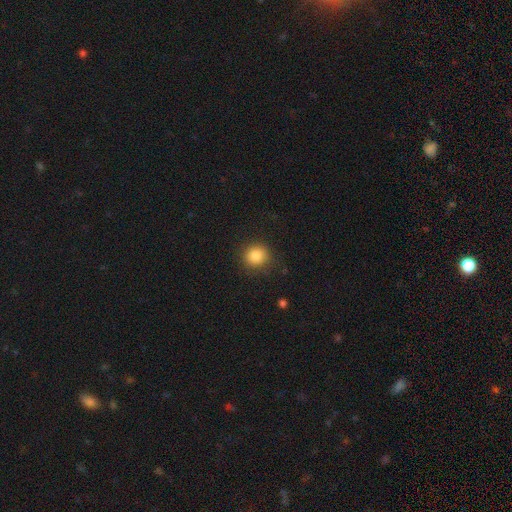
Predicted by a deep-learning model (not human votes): The model was most divided on "merging": none: 85%, minor disturbance: 10%, major disturbance: 3%, merger: 1%. More confident: how rounded — round (88%); smooth or featured — smooth (85%).